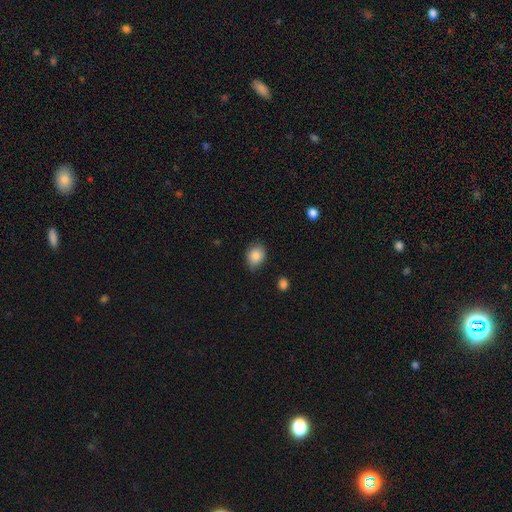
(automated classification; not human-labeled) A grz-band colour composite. It shows a smooth galaxy with no disk features (86%) that is in between round and cigar-shaped (56%). Merging: none (72%).